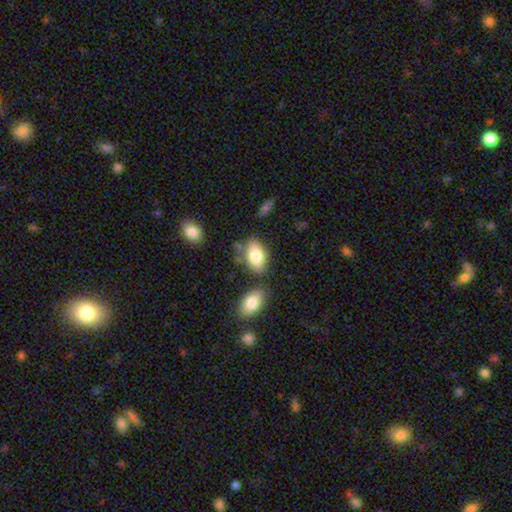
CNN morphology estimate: A smooth galaxy with no disk features (81%) that is in between round and cigar-shaped (93%). Merging: none (65%).